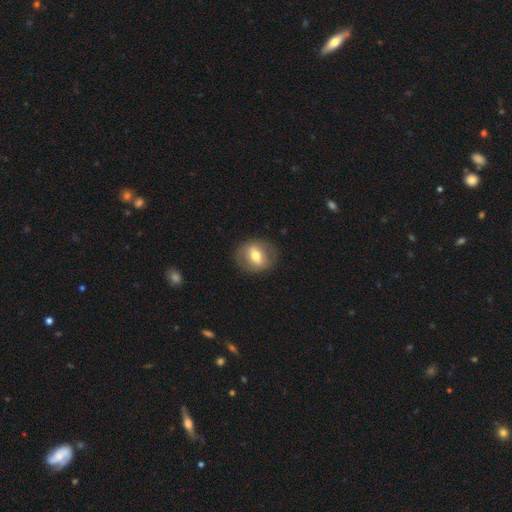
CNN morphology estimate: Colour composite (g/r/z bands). It shows a smooth galaxy with no disk features (54%) that is round (63%). Merging: none (84%).